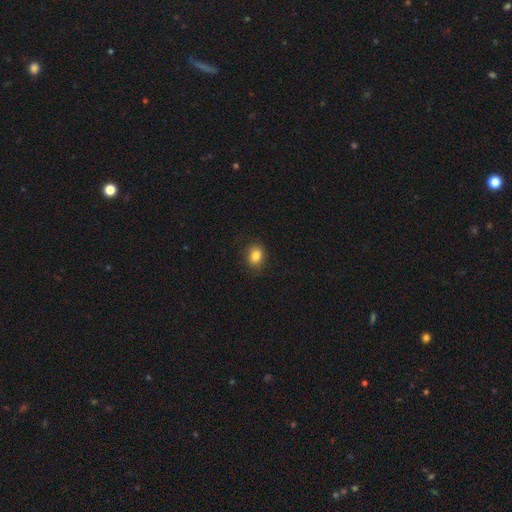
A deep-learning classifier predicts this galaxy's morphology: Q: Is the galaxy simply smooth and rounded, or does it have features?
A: smooth — 83%.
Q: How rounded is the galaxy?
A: round — 50%.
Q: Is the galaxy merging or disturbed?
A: none — 85%.